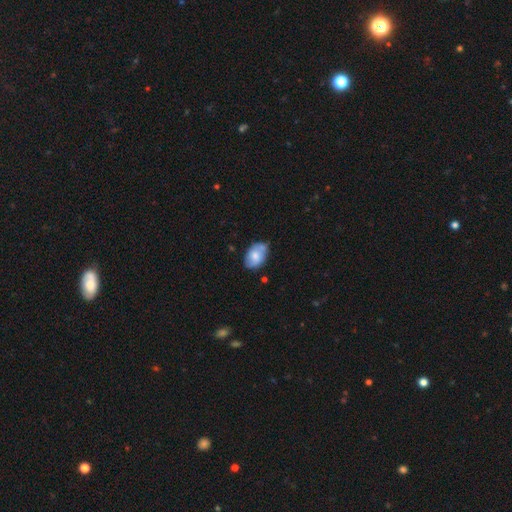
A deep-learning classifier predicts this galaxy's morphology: This is likely a smooth galaxy (63%). How rounded: clearly in between (86%). Merging: possibly none (57%).